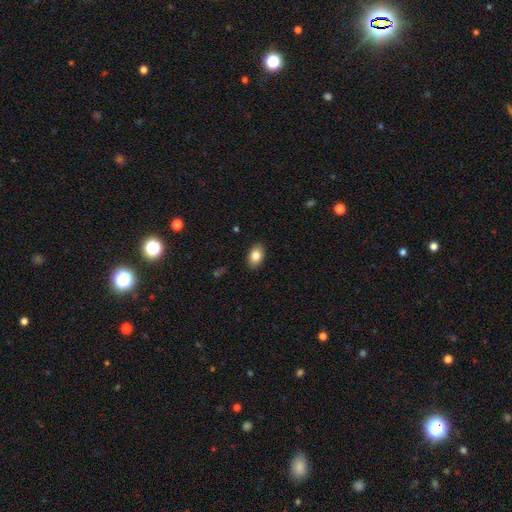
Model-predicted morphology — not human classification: This appears to be a smooth galaxy with no disk features (84%) that is in between round and cigar-shaped (84%). Merging: none (88%).